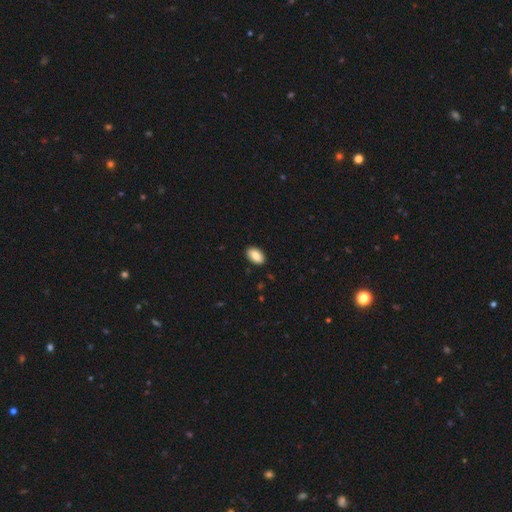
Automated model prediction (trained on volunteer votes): Morphology: type=smooth (85%); roundness=in between (93%); merging=none (89%).